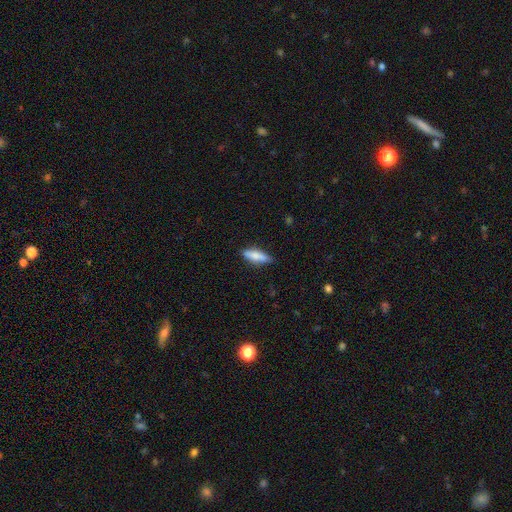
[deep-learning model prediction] A smooth galaxy with no disk features (77%) that is cigar-shaped (50%).

Vote fractions:
- Smooth or featured? smooth: 77% / featured or disk: 17% / star or artifact: 6%
- How rounded? cigar-shaped: 50% / in between: 48% / round: 2%
- Merging? none: 80% / minor disturbance: 16% / major disturbance: 3% / merger: 1%